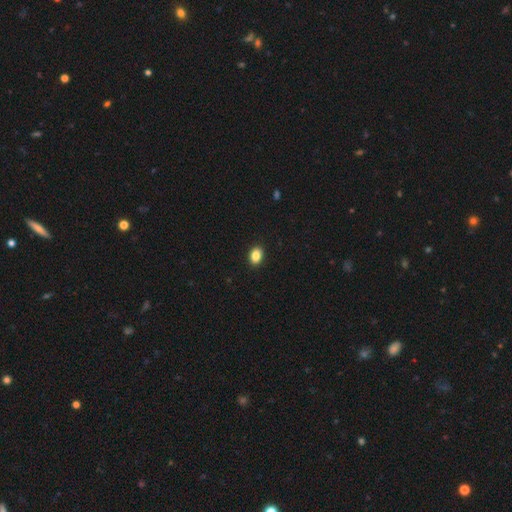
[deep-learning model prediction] A smooth galaxy with no disk features (86%) that is in between round and cigar-shaped (64%). Merging: none (91%).